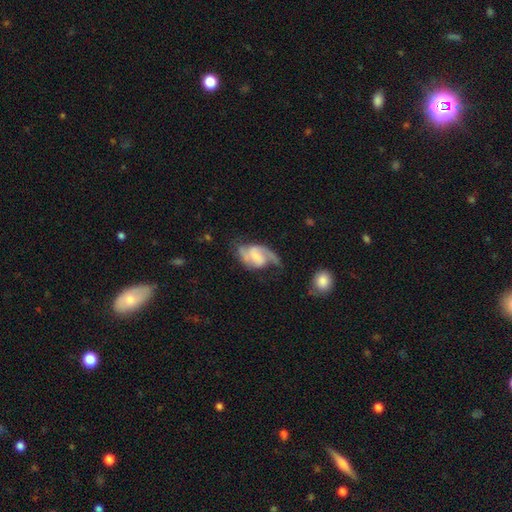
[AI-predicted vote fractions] The model was most divided on "spiral winding": medium: 48%, loose: 35%, tight: 17%. Remaining: edge-on disk — no (97%); spiral arms — yes (94%); spiral arm count — 2 (82%); smooth or featured — featured or disk (81%); merging — none (50%); bar — weak (49%); bulge size — small (43%).